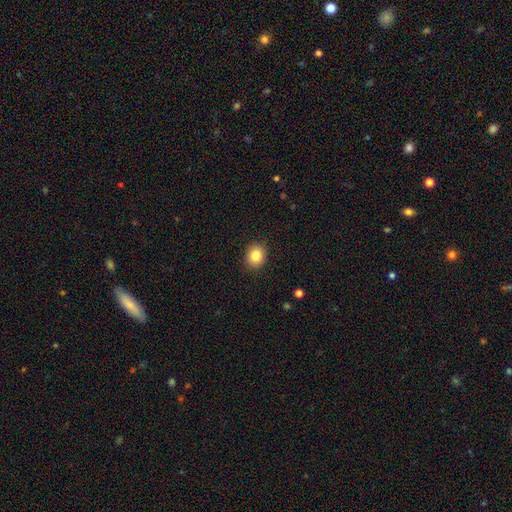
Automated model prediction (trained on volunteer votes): smooth 84%, star or artifact 10%, featured or disk 6%. Down the decision tree: how rounded — round (70%); merging — none (89%).